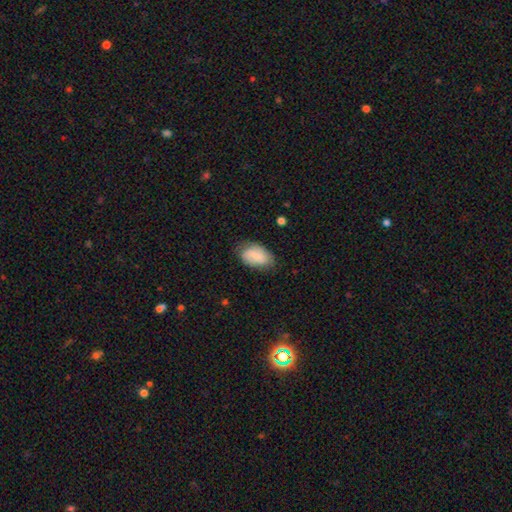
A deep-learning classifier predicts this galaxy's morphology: type=smooth (78%); roundness=in between (92%); merging=none (69%).